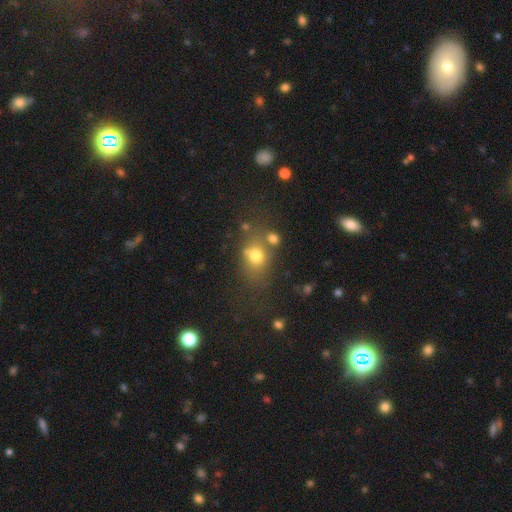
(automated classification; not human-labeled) Morphology: type=smooth (71%); roundness=in between (51%); merging=none (52%).